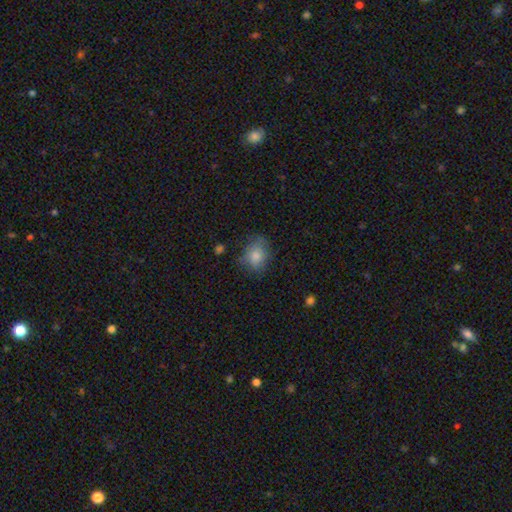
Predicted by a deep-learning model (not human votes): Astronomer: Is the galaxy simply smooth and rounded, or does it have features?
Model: smooth — 80%.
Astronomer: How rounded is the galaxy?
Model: round — 56% (runner-up: in between, 43%).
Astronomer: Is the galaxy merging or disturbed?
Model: none — 69%.